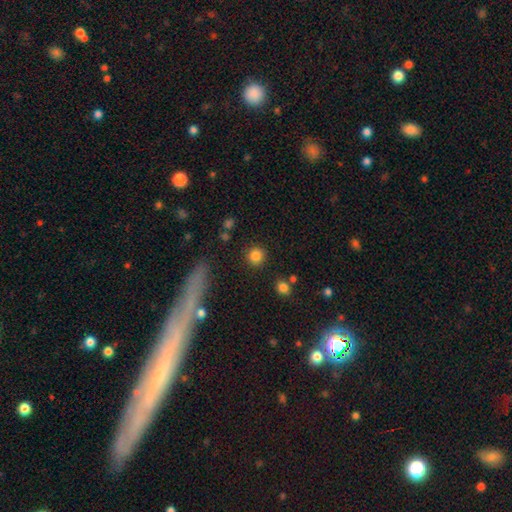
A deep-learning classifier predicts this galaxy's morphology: A smooth galaxy with no disk features (84%) that is round (93%). Merging: none (89%).